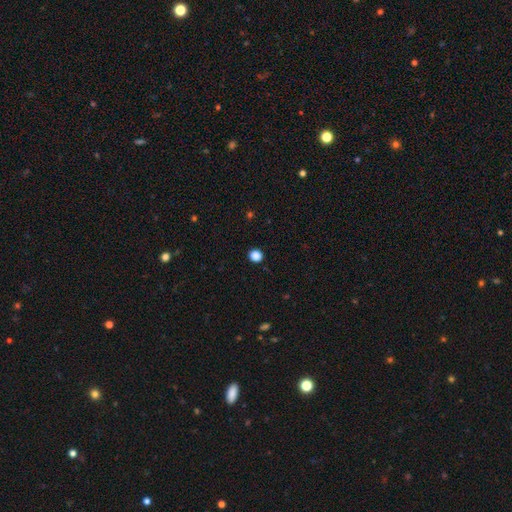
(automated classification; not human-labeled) smooth-or-featured: smooth: 86% | star or artifact: 11% | featured or disk: 3%
  how-rounded: round: 81% | in between: 17% | cigar-shaped: 1%
  merging: none: 92% | minor disturbance: 5% | major disturbance: 2% | merger: 1%